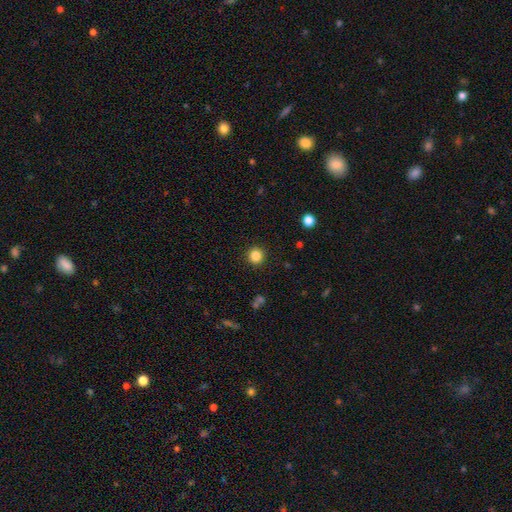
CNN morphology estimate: smooth-or-featured: smooth: 84% | star or artifact: 11% | featured or disk: 4%
  how-rounded: round: 95% | in between: 4% | cigar-shaped: 1%
  merging: none: 93% | minor disturbance: 5% | major disturbance: 2% | merger: 1%